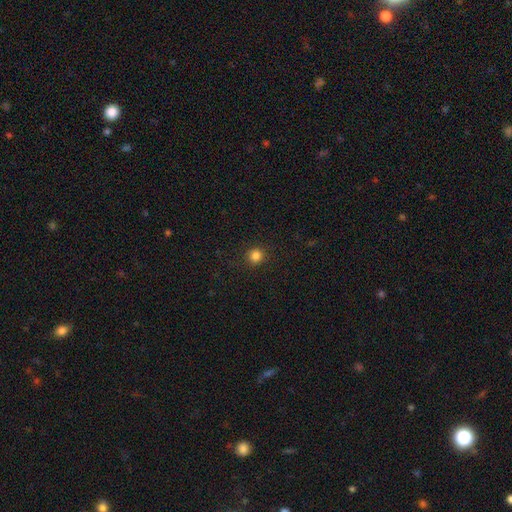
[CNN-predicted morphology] type=smooth (84%); roundness=round (92%); merging=none (90%).